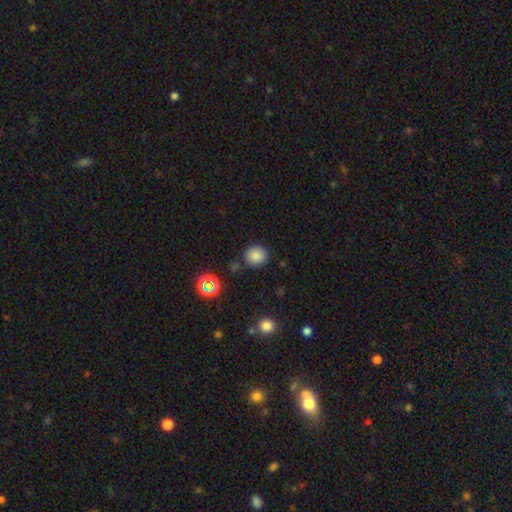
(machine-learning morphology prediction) smooth-or-featured: smooth: 81% | star or artifact: 13% | featured or disk: 5%
  how-rounded: round: 79% | in between: 20% | cigar-shaped: 1%
  merging: none: 81% | minor disturbance: 11% | merger: 5% | major disturbance: 3%